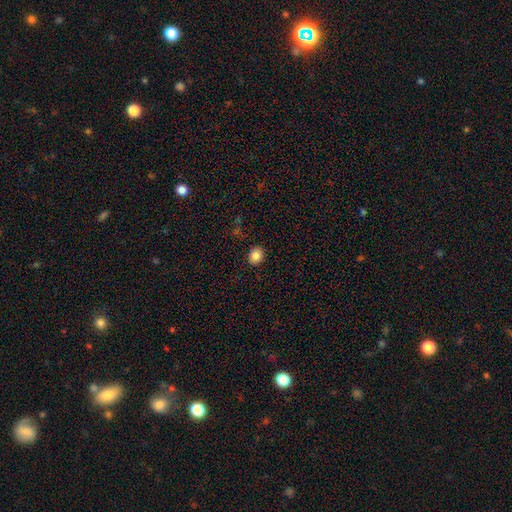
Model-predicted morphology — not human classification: Overall: smooth (86%). How rounded: round (58%; in between 41%). Merging: none (89%).